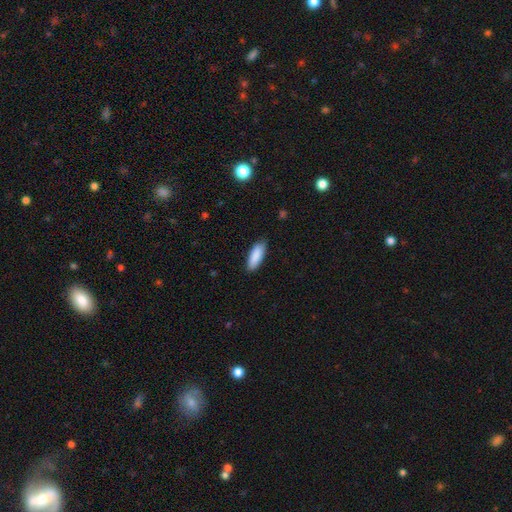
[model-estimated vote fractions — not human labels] Smooth or featured? smooth (89%)
How rounded? in between (69%)
Merging? none (85%)